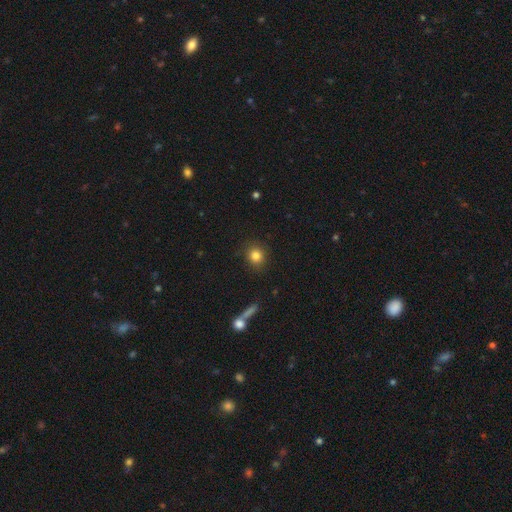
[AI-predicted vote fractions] Morphology: type=smooth (83%); roundness=round (86%); merging=none (88%).